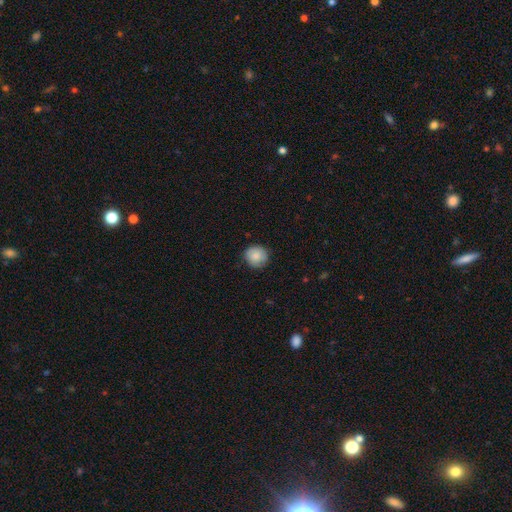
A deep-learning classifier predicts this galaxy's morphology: Overall: smooth (85%). How rounded: round (92%). Merging: none (84%).